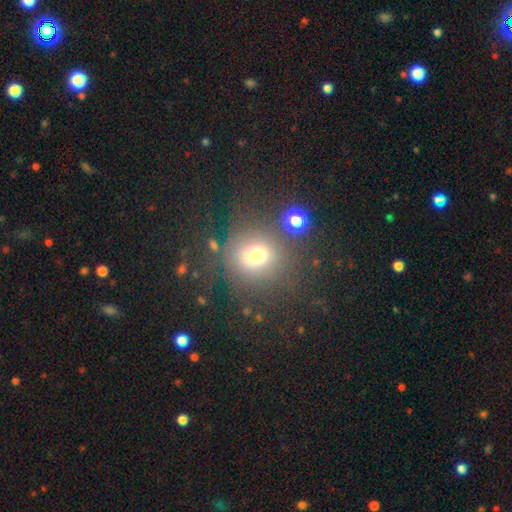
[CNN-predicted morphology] type=smooth (70%); roundness=round (88%); merging=none (76%).